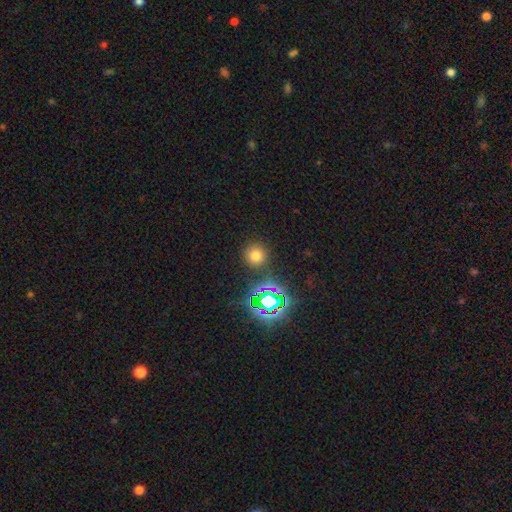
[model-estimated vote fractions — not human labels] This is likely a smooth galaxy (68%). How rounded: clearly round (93%). Merging: clearly none (88%).